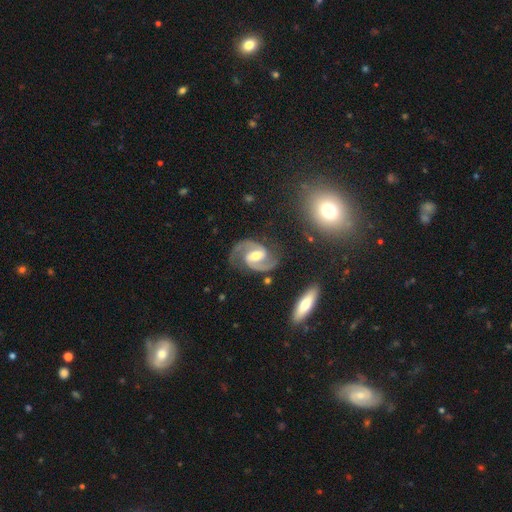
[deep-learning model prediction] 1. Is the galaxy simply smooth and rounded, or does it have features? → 92% featured or disk, 4% star or artifact, 4% smooth.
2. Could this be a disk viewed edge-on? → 98% no, 2% yes.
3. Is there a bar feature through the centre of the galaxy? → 43% weak, 42% strong, 15% no.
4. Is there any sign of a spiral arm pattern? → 98% yes, 2% no.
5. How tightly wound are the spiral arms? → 64% medium, 22% tight, 14% loose.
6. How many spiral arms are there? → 94% 2, 2% can't tell, 1% 1, 1% 3, 1% 4, 1% more than 4.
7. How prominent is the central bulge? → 64% moderate, 25% small, 8% large, 2% none, 1% dominant.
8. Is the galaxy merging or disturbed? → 81% none, 13% minor disturbance, 4% major disturbance, 2% merger.